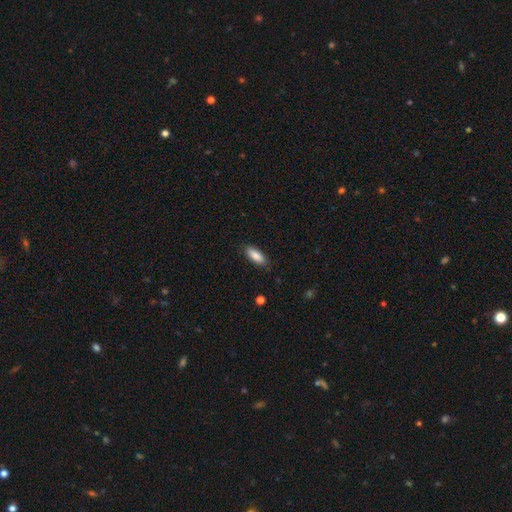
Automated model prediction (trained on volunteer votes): smooth-or-featured: smooth: 86% | featured or disk: 7% | star or artifact: 6%
  how-rounded: in between: 73% | cigar-shaped: 25% | round: 2%
  merging: none: 84% | minor disturbance: 12% | major disturbance: 3% | merger: 1%